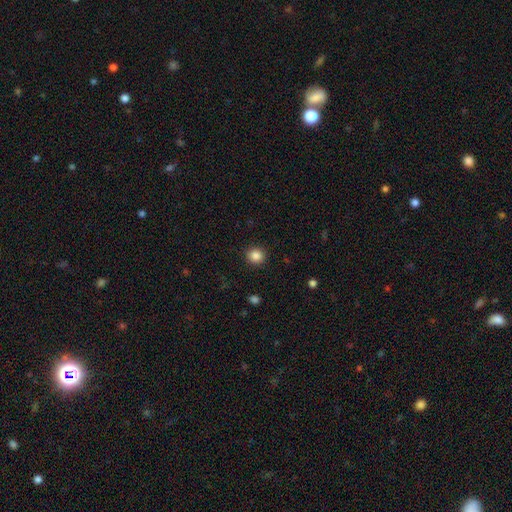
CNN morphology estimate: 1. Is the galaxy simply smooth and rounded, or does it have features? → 86% smooth, 10% star or artifact, 4% featured or disk.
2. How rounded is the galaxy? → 90% round, 9% in between, 1% cigar-shaped.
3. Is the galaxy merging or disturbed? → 92% none, 5% minor disturbance, 2% major disturbance, 1% merger.